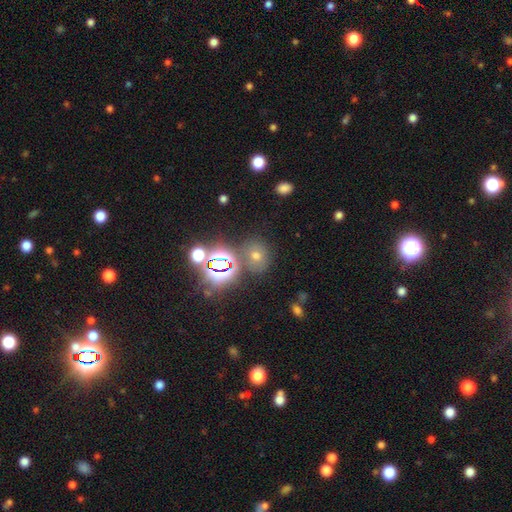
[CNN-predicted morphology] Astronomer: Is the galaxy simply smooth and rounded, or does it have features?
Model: smooth — 47% (runner-up: star or artifact, 41%).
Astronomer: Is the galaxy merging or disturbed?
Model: none — 76%.